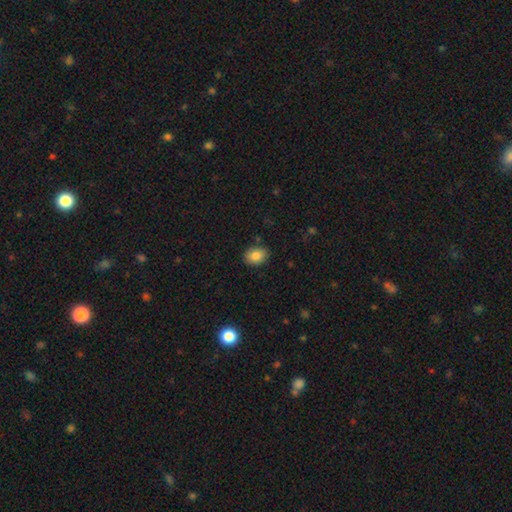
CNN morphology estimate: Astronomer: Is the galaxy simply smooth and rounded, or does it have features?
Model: smooth — 85%.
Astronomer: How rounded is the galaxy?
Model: in between — 72%.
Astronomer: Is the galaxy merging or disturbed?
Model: none — 86%.